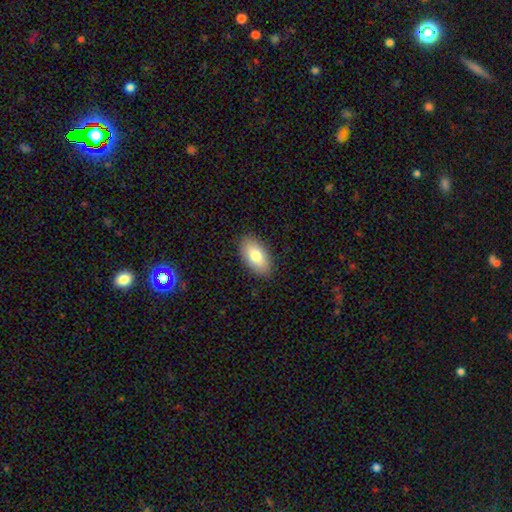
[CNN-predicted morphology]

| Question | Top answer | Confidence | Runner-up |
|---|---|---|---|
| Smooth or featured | smooth | 79% | featured or disk (14%) |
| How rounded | in between | 94% | round (3%) |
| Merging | none | 88% | minor disturbance (9%) |